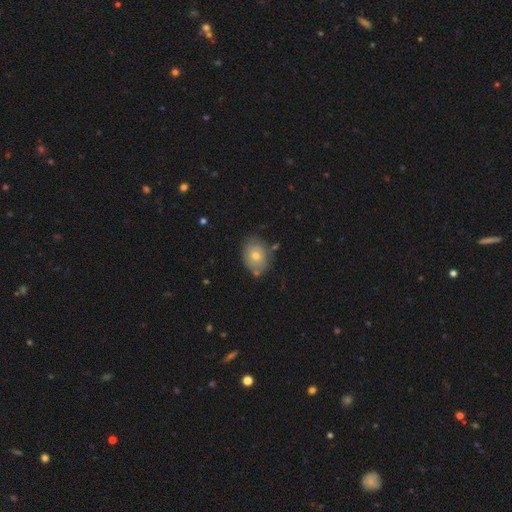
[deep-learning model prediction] This is likely a smooth galaxy (66%). How rounded: likely in between (66%). Merging: likely none (70%).